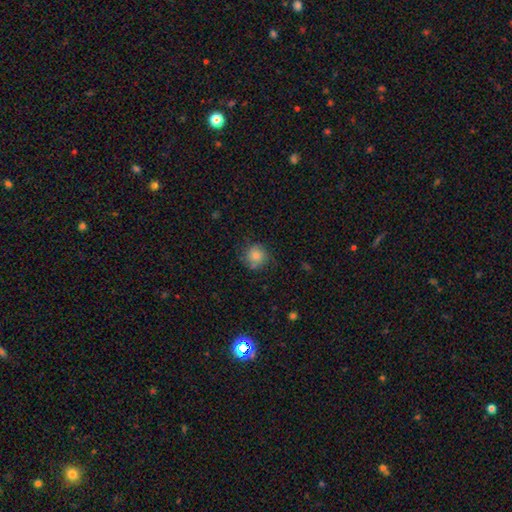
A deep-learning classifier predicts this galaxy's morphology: Q: Smooth or featured?
A: smooth (81%); runner-up: star or artifact (10%)
Q: How rounded?
A: round (91%); runner-up: in between (8%)
Q: Merging?
A: none (76%); runner-up: minor disturbance (17%)